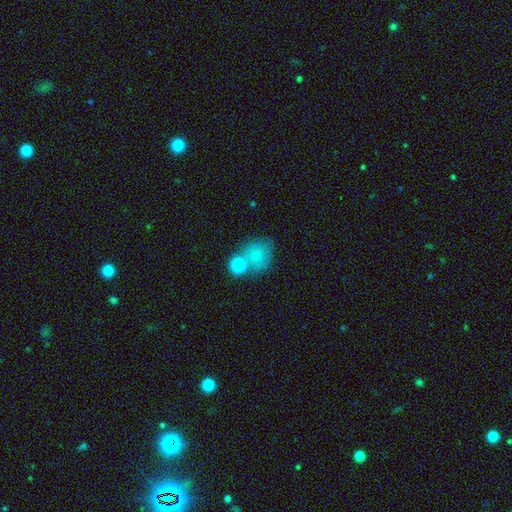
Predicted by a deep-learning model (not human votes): smooth 77%, star or artifact 12%, featured or disk 11%. Down the decision tree: how rounded — round (70%); merging — none (48%).